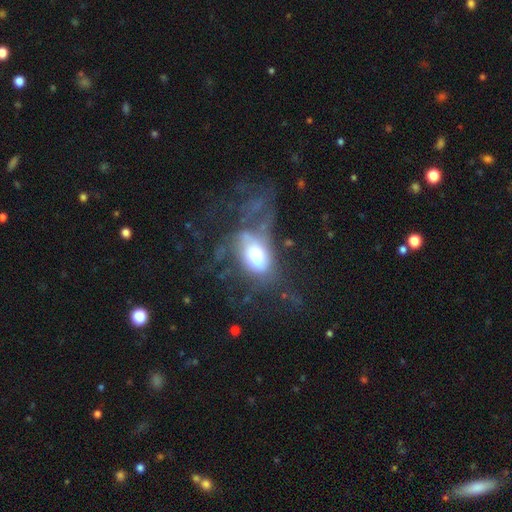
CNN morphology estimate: A smooth galaxy with no disk features (49%).

Vote fractions:
- Smooth or featured? smooth: 49% / featured or disk: 38% / star or artifact: 13%
- Merging? major disturbance: 48% / none: 26% / minor disturbance: 18% / merger: 7%